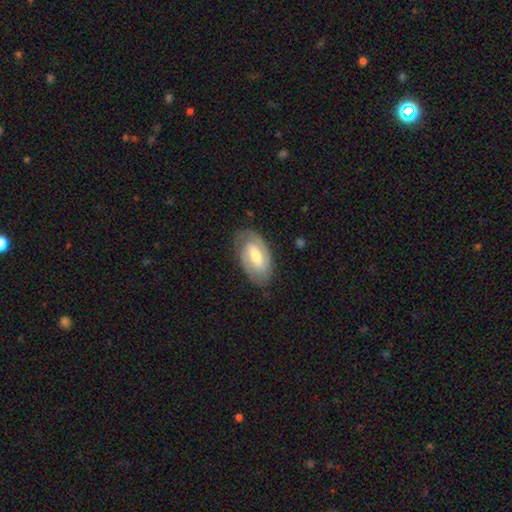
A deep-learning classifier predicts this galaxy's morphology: type=featured or disk (65%); edge-on=no (94%); bar=weak (46%); spiral arms=yes (79%); bulge=moderate (58%); merging=none (78%).